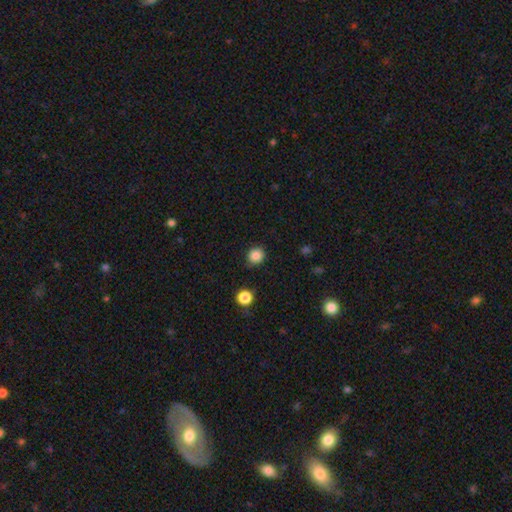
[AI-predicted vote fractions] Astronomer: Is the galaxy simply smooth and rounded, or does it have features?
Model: smooth — 86%.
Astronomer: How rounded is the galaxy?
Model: round — 85%.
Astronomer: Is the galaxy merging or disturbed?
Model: none — 87%.